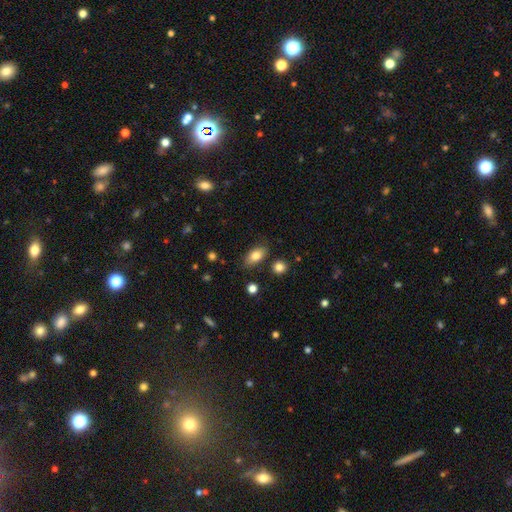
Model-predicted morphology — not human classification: The model was most divided on "merging": none: 80%, minor disturbance: 13%, merger: 4%, major disturbance: 3%. More confident: how rounded — in between (89%); smooth or featured — smooth (81%).